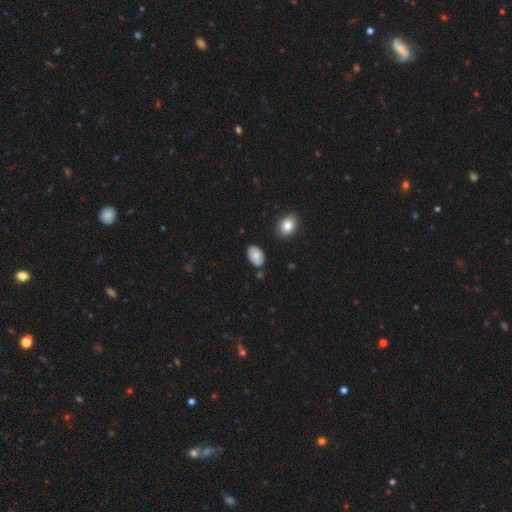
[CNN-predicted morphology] type=smooth (81%); roundness=in between (92%); merging=none (81%).